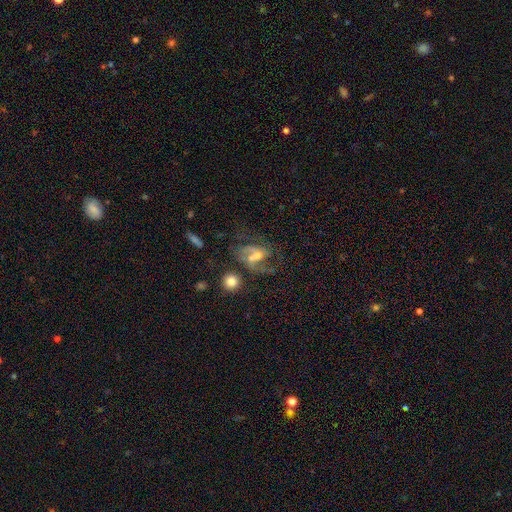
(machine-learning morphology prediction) This is likely a featured or disk galaxy (67%). It is clearly not viewed edge-on (96%). Bar: marginally weak (45%). Spiral arm pattern: clearly yes (82%). Spiral arm count: likely 2 (69%). Spiral winding: marginally loose (44%). Central bulge: possibly moderate (48%). Merging: marginally none (39%).